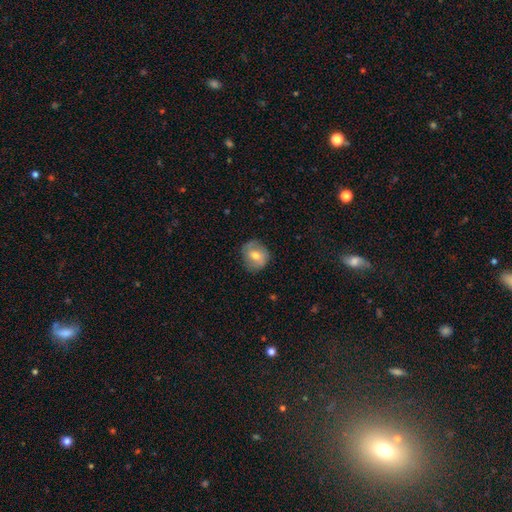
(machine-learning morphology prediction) Overall: smooth (58%; featured or disk 34%). How rounded: round (76%). Merging: none (77%).